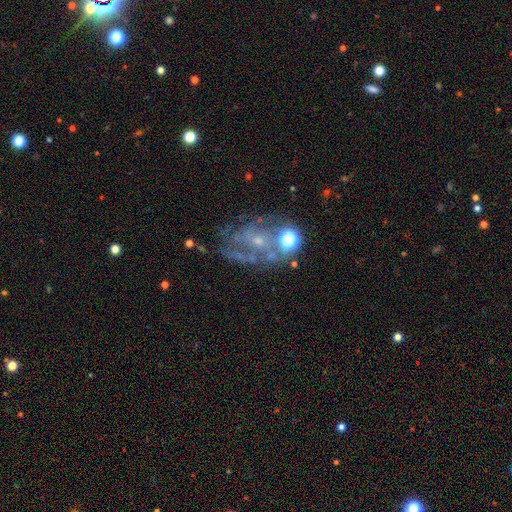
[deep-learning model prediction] Smooth or featured?
  - featured or disk: 65% *
  - star or artifact: 21%
  - smooth: 14%
Edge-on disk?
  - no: 96% *
  - yes: 4%
Bar?
  - no: 63% *
  - weak: 28%
  - strong: 9%
Spiral arms?
  - yes: 77% *
  - no: 23%
Bulge size?
  - small: 69% *
  - moderate: 18%
  - none: 9%
  - large: 2%
  - dominant: 2%
Merging?
  - none: 54% *
  - major disturbance: 17%
  - minor disturbance: 17%
  - merger: 12%